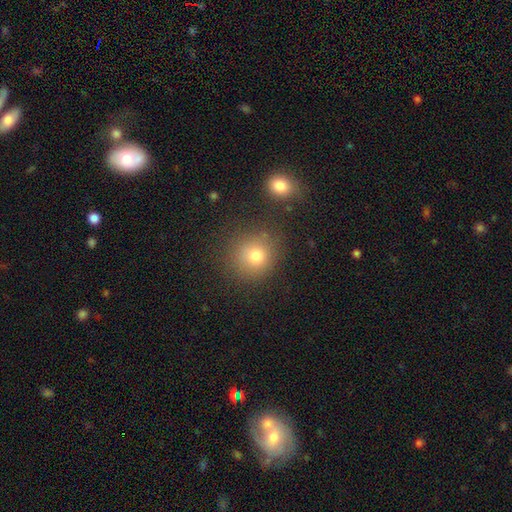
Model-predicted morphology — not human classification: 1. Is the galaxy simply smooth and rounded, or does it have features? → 77% smooth, 14% star or artifact, 9% featured or disk.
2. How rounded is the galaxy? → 88% round, 11% in between, 1% cigar-shaped.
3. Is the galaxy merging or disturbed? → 80% none, 10% minor disturbance, 6% merger, 4% major disturbance.